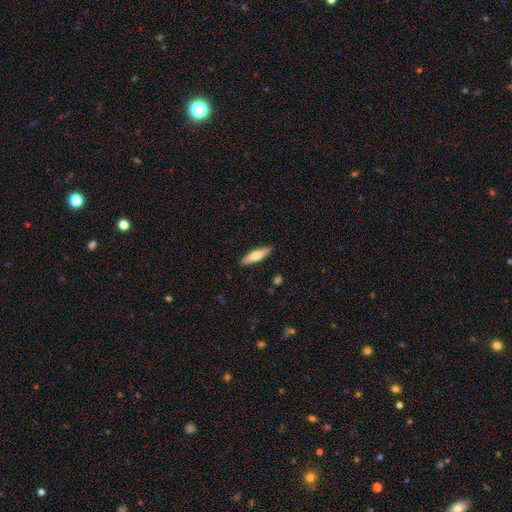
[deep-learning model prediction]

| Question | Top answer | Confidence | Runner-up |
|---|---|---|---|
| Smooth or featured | smooth | 63% | featured or disk (31%) |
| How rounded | cigar-shaped | 68% | in between (30%) |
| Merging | none | 90% | minor disturbance (8%) |